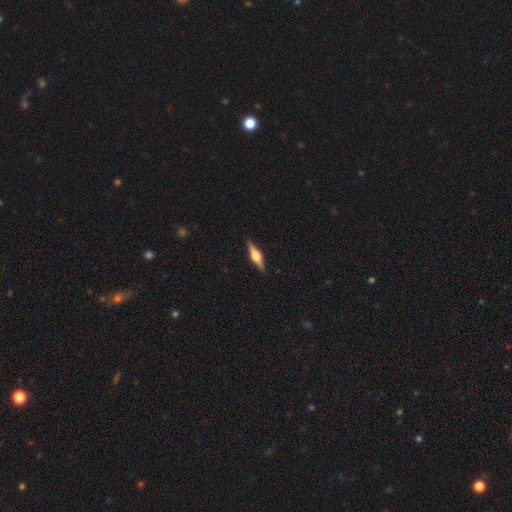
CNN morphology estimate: featured or disk 67%, smooth 27%, star or artifact 6%. Down the decision tree: edge-on disk — yes (97%); edge-on bulge — rounded (90%); merging — none (90%).